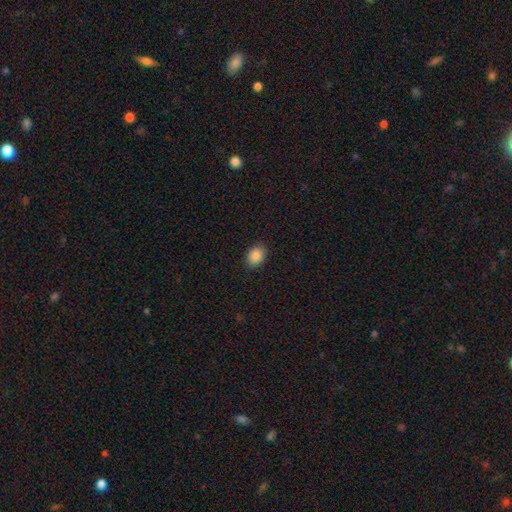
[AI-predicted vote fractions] This appears to be a smooth galaxy with no disk features (87%) that is in between round and cigar-shaped (71%). Merging: none (89%).